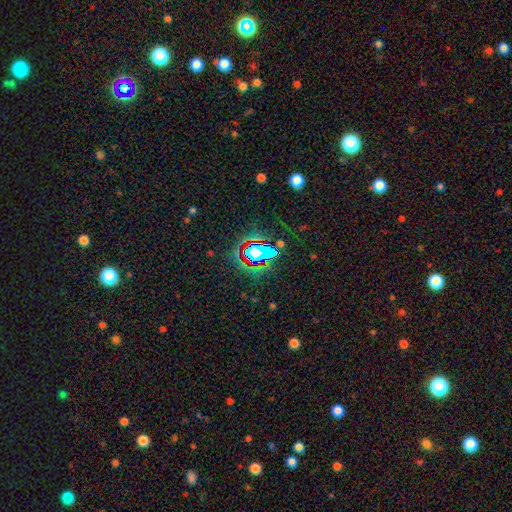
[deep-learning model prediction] Smooth or featured? Predicted: star or artifact (p=0.68).